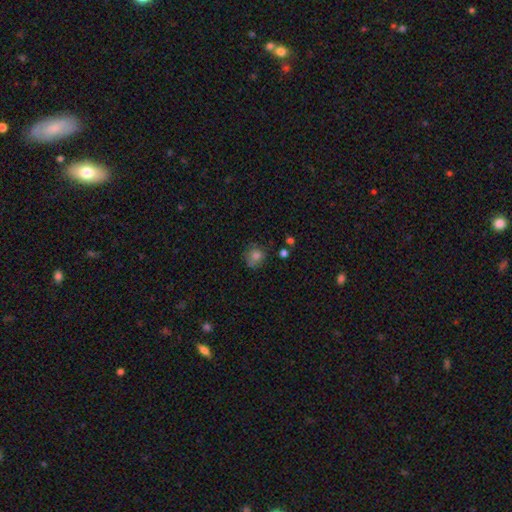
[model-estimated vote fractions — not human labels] A smooth galaxy with no disk features (77%) that is round (78%).

Vote fractions:
- Smooth or featured? smooth: 77% / star or artifact: 13% / featured or disk: 10%
- How rounded? round: 78% / in between: 21% / cigar-shaped: 1%
- Merging? none: 65% / minor disturbance: 23% / major disturbance: 7% / merger: 4%